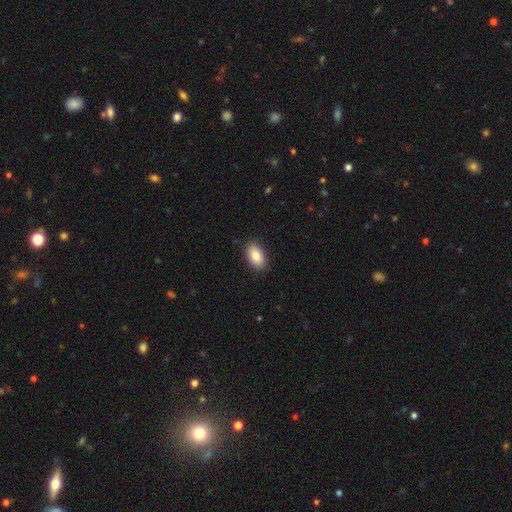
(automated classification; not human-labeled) Smooth or featured: smooth — 83% (featured or disk — 10%)
How rounded: in between — 93% (round — 6%)
Merging: none — 88% (minor disturbance — 9%)